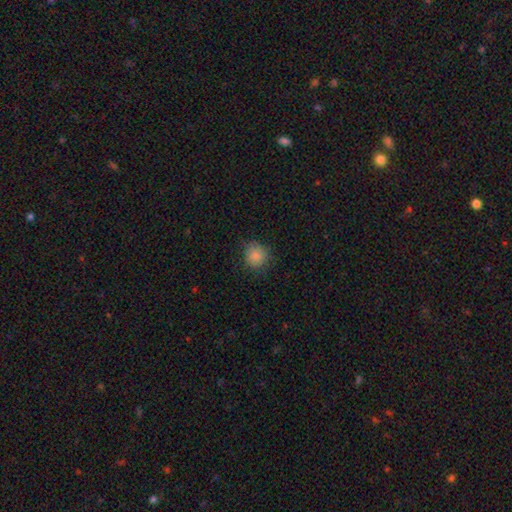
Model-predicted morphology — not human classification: A smooth galaxy with no disk features (83%) that is round (89%).

Vote fractions:
- Smooth or featured? smooth: 83% / star or artifact: 11% / featured or disk: 6%
- How rounded? round: 89% / in between: 10% / cigar-shaped: 1%
- Merging? none: 79% / minor disturbance: 16% / major disturbance: 4% / merger: 1%